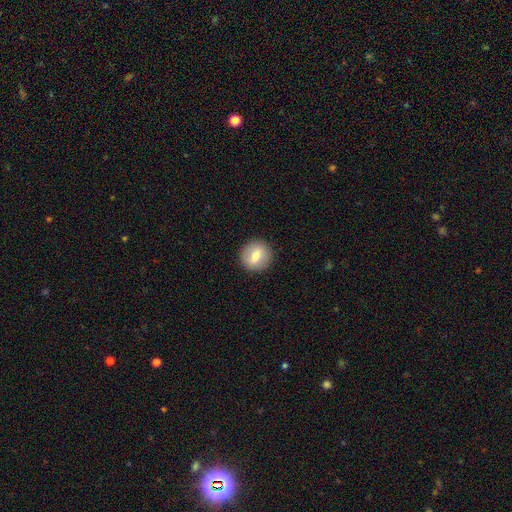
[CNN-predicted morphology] A smooth galaxy with no disk features (68%) that is round (92%).

Vote fractions:
- Smooth or featured? smooth: 68% / featured or disk: 23% / star or artifact: 8%
- How rounded? round: 92% / in between: 7% / cigar-shaped: 1%
- Merging? none: 91% / minor disturbance: 6% / major disturbance: 2% / merger: 1%